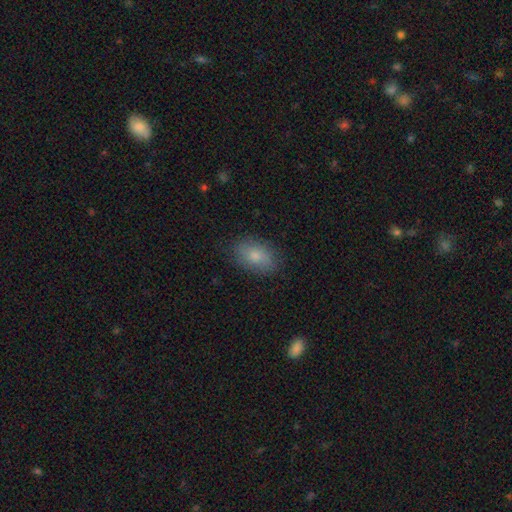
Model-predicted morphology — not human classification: This appears to be a smooth galaxy with no disk features (78%) that is in between round and cigar-shaped (86%). Merging: none (82%).